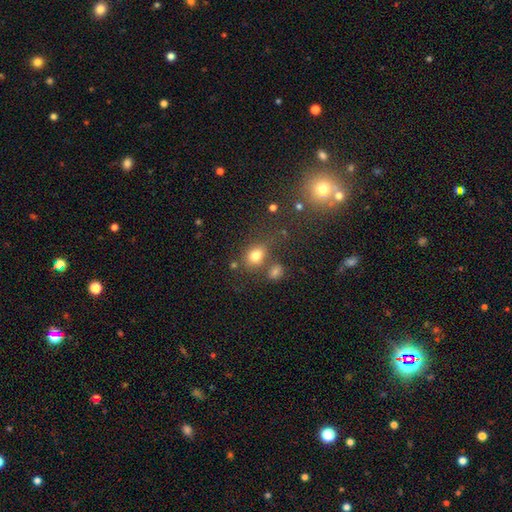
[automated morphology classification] This is likely a smooth galaxy (77%). How rounded: possibly in between (60%). Merging: possibly none (57%).